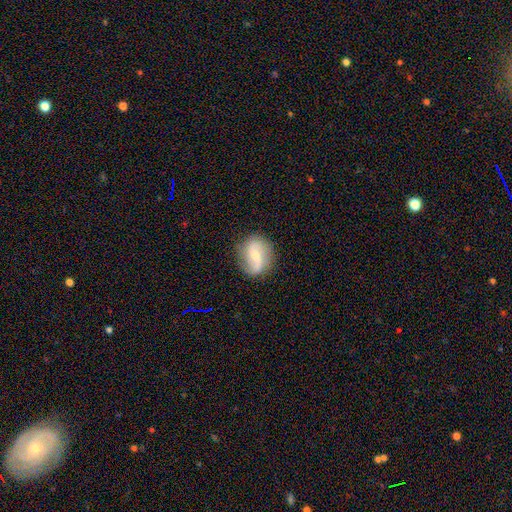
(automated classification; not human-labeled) A featured or disk galaxy (73%) with a weak bar (44%), 2 (88%) loose (57%) spiral arms (92%) and a small central bulge (57%).

Vote fractions:
- Smooth or featured? featured or disk: 73% / smooth: 20% / star or artifact: 6%
- Edge-on disk? no: 97% / yes: 3%
- Bar? weak: 44% / no: 34% / strong: 22%
- Spiral arms? yes: 92% / no: 8%
- Spiral winding? loose: 57% / medium: 31% / tight: 12%
- Spiral arm count? 2: 88% / can't tell: 5% / 1: 3% / 3: 2% / 4: 1% / more than 4: 1%
- Bulge size? small: 57% / moderate: 36% / none: 4% / large: 2% / dominant: 1%
- Merging? none: 79% / minor disturbance: 15% / major disturbance: 5% / merger: 1%